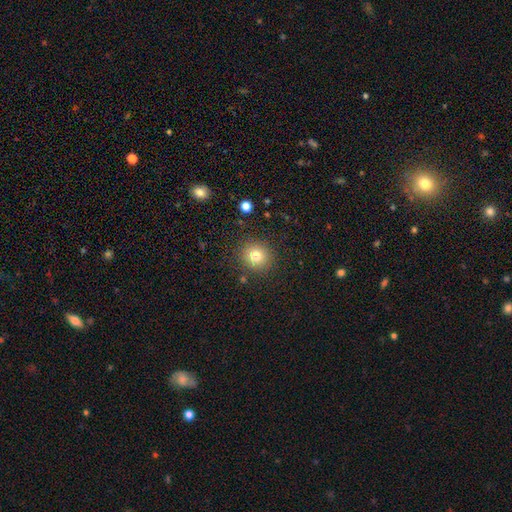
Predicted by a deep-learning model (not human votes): Smooth or featured?
  - smooth: 79% *
  - star or artifact: 13%
  - featured or disk: 9%
How rounded?
  - round: 89% *
  - in between: 10%
  - cigar-shaped: 1%
Merging?
  - none: 88% *
  - minor disturbance: 7%
  - major disturbance: 3%
  - merger: 2%